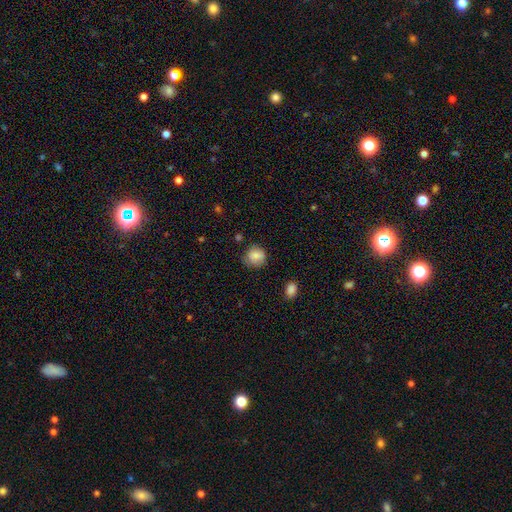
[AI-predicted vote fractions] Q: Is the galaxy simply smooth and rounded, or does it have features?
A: smooth — 84%.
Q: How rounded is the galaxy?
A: round — 82%.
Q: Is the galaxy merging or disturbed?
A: none — 74%.